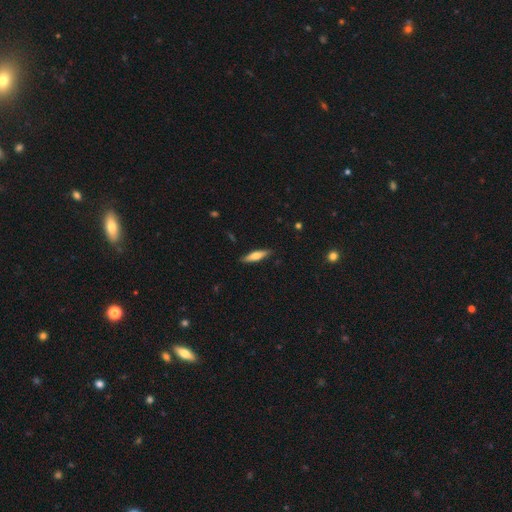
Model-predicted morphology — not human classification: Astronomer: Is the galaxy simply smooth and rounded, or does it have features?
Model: smooth — 59% (runner-up: featured or disk, 35%).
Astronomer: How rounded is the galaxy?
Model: cigar-shaped — 73%.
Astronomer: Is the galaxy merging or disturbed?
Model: none — 88%.